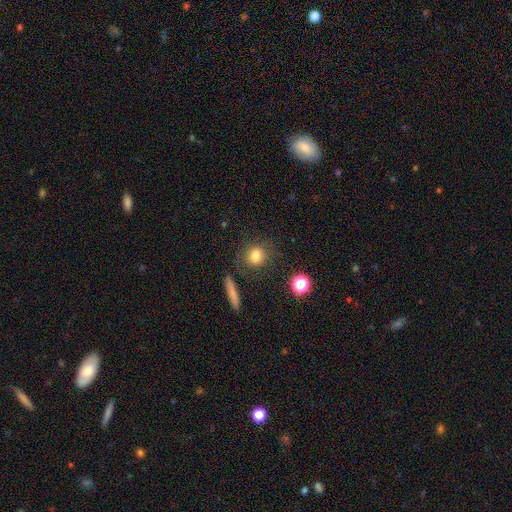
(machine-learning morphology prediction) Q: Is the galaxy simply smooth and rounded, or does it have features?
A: smooth — 79%.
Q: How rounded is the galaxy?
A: round — 81%.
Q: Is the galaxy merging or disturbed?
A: none — 83%.